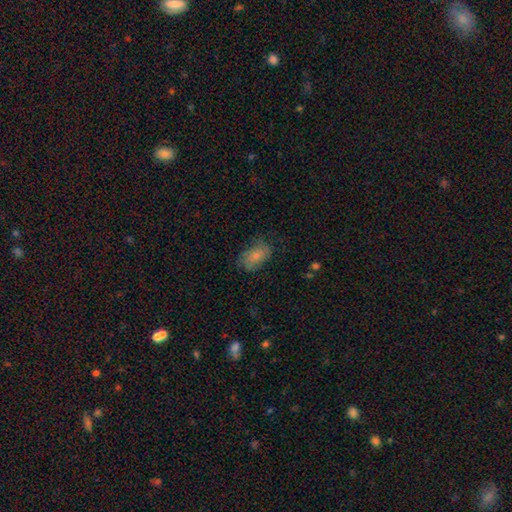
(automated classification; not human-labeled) Smooth or featured? Predicted: smooth (p=0.78). How rounded? Predicted: in between (p=0.90). Merging? Predicted: none (p=0.68).